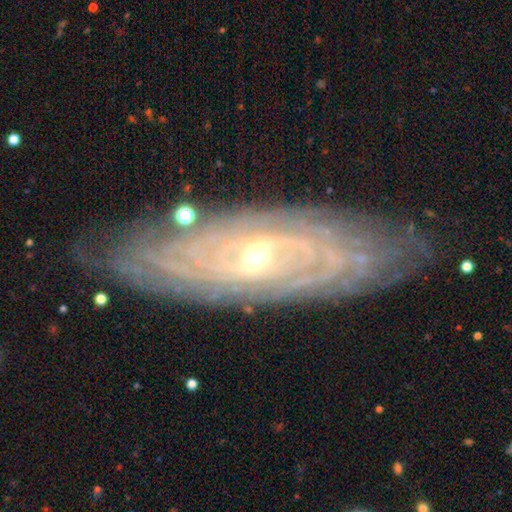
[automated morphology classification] A featured or disk galaxy (82%) with no bar (51%), tight (78%) spiral arms (92%) and a small central bulge (51%). Merging: none (85%).